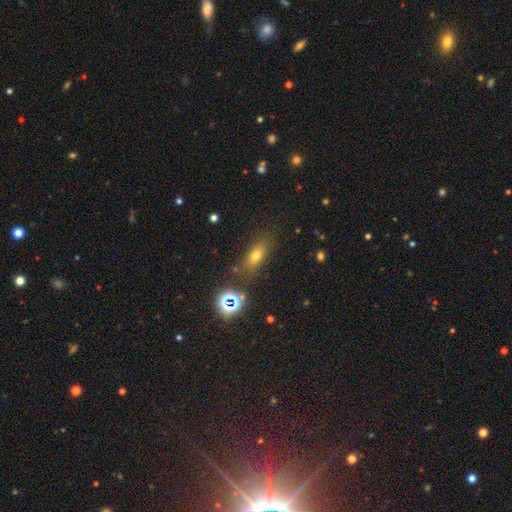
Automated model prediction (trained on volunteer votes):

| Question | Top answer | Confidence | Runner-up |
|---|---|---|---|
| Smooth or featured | smooth | 62% | star or artifact (23%) |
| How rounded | in between | 65% | cigar-shaped (21%) |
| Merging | none | 79% | minor disturbance (12%) |